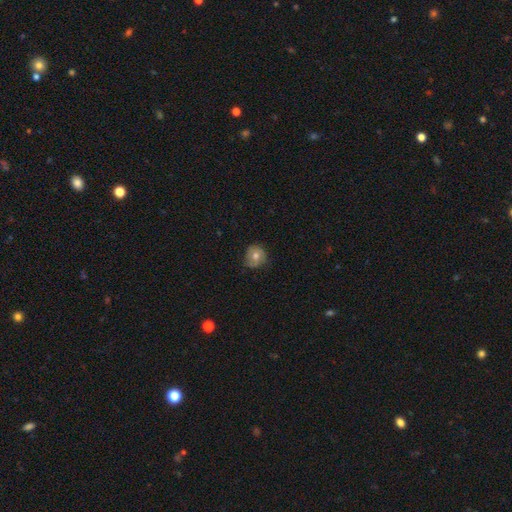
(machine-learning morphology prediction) The model was most divided on "smooth or featured": smooth: 63%, featured or disk: 27%, star or artifact: 10%. More confident: how rounded — round (82%); merging — none (68%).